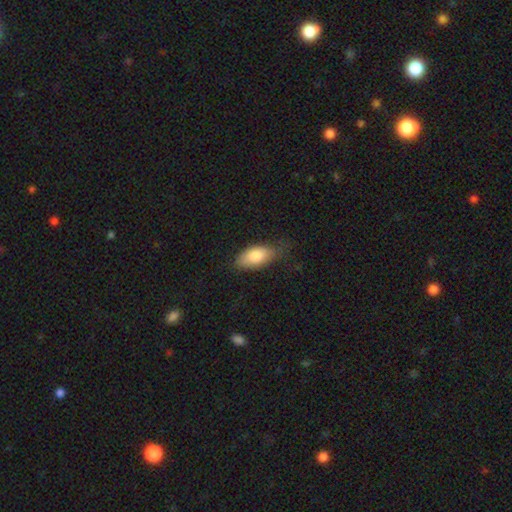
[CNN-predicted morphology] The model was most divided on "merging": none: 59%, minor disturbance: 31%, major disturbance: 9%, merger: 1%. More confident: how rounded — in between (90%); smooth or featured — smooth (82%).